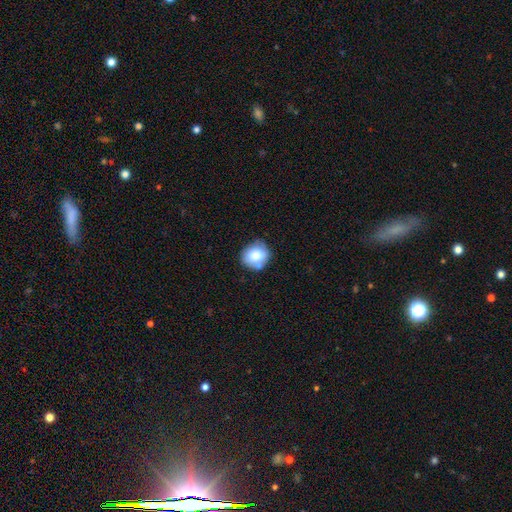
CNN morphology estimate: A smooth galaxy with no disk features (78%) that is round (78%). Merging: none (64%).